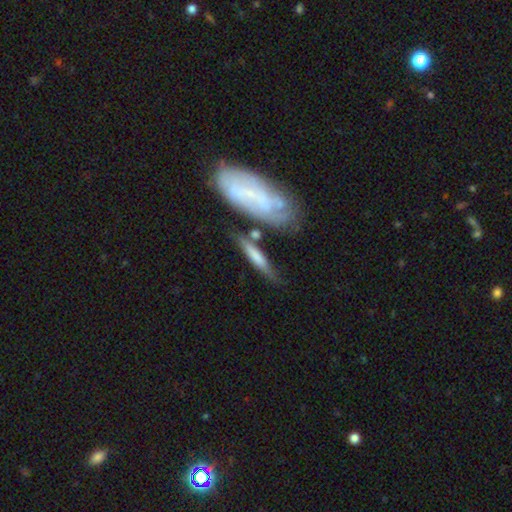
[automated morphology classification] Smooth or featured? smooth (53%)
How rounded? cigar-shaped (80%)
Merging? none (59%)